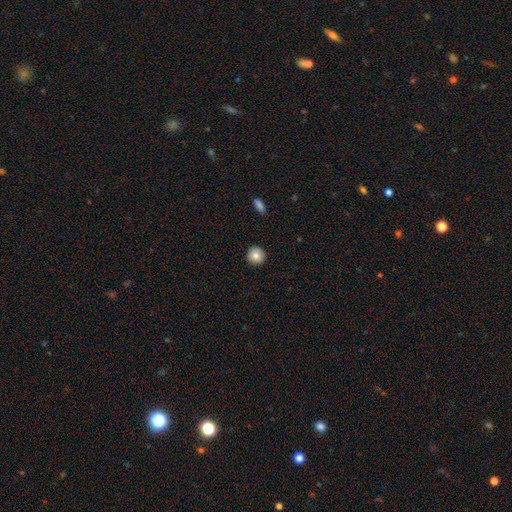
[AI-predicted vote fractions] smooth-or-featured: smooth: 81% | featured or disk: 11% | star or artifact: 8%
  how-rounded: round: 94% | in between: 5% | cigar-shaped: 1%
  merging: none: 91% | minor disturbance: 6% | major disturbance: 2% | merger: 1%